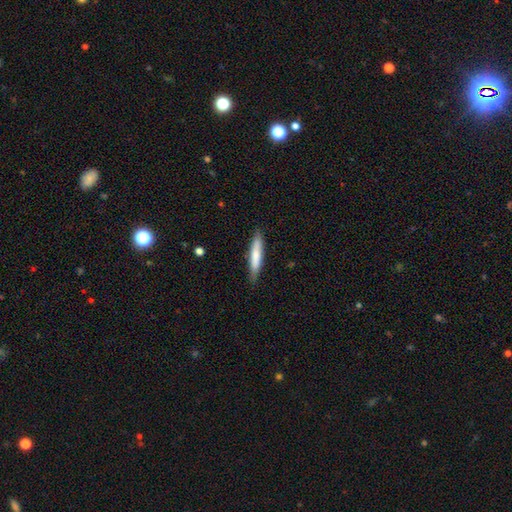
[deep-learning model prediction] Morphology: type=smooth (69%); roundness=cigar-shaped (88%); merging=none (85%).